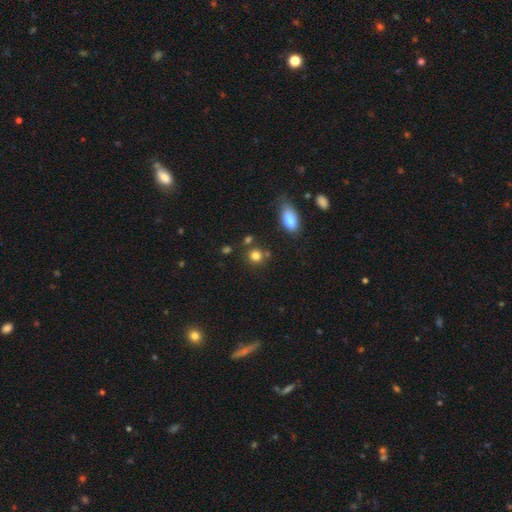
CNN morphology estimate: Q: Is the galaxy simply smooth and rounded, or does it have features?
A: smooth — 82%.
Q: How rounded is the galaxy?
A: round — 81%.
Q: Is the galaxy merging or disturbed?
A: none — 73%.